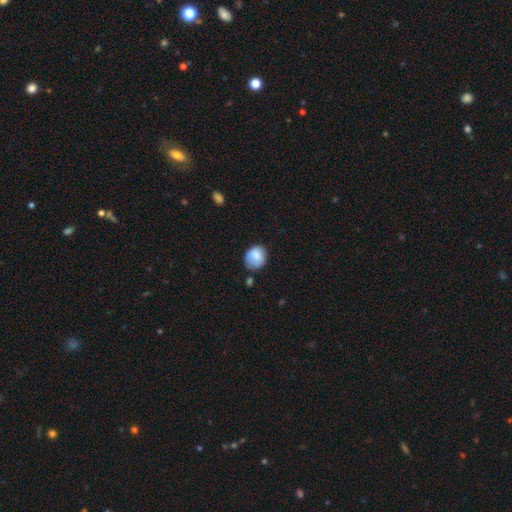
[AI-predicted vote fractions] Morphology: type=smooth (82%); roundness=round (59%); merging=none (63%).